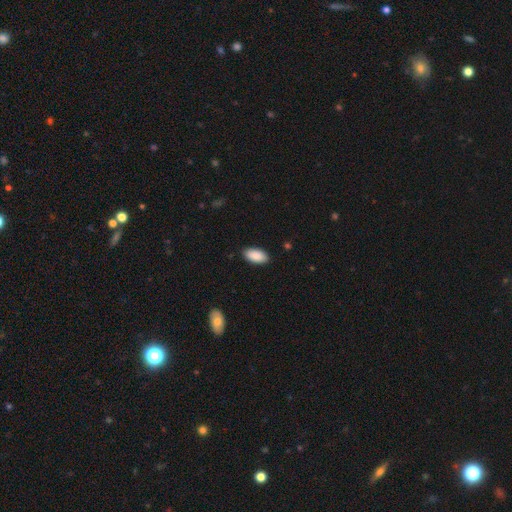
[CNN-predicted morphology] A smooth galaxy with no disk features (90%) that is in between round and cigar-shaped (94%). Merging: none (88%).